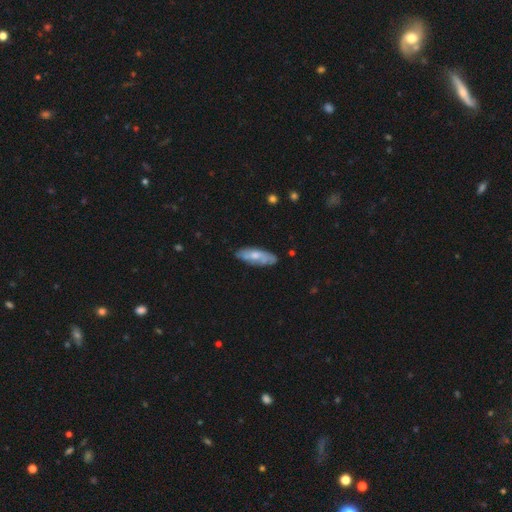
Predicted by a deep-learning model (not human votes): Smooth or featured? Predicted: smooth (p=0.51). How rounded? Predicted: in between (p=0.62). Merging? Predicted: none (p=0.74).